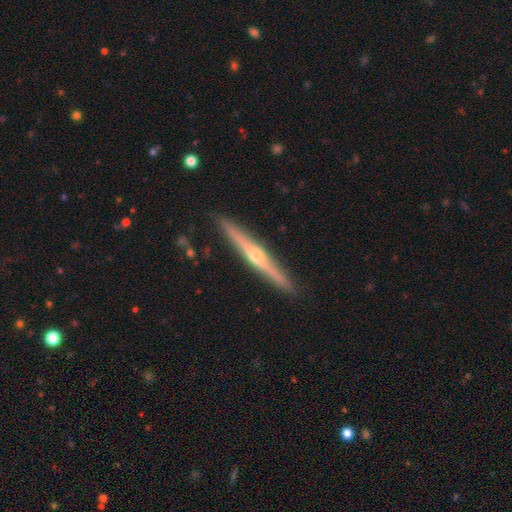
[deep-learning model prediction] Smooth or featured? featured or disk (77%)
Edge-on disk? yes (98%)
Edge-on bulge? rounded (87%)
Merging? none (91%)